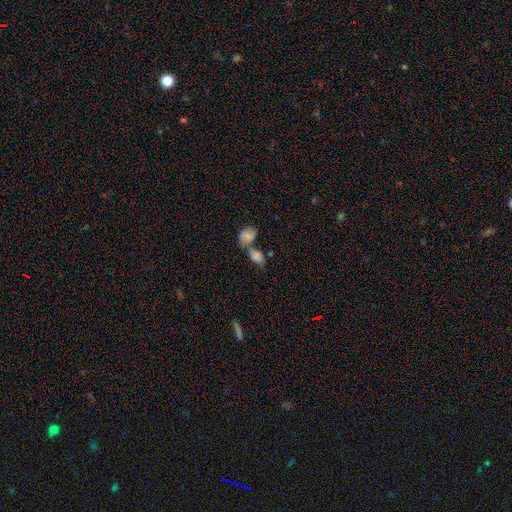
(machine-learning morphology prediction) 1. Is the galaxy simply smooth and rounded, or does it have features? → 63% smooth, 22% featured or disk, 14% star or artifact.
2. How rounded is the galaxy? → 74% in between, 22% round, 5% cigar-shaped.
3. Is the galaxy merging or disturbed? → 57% merger, 28% none, 9% minor disturbance, 5% major disturbance.